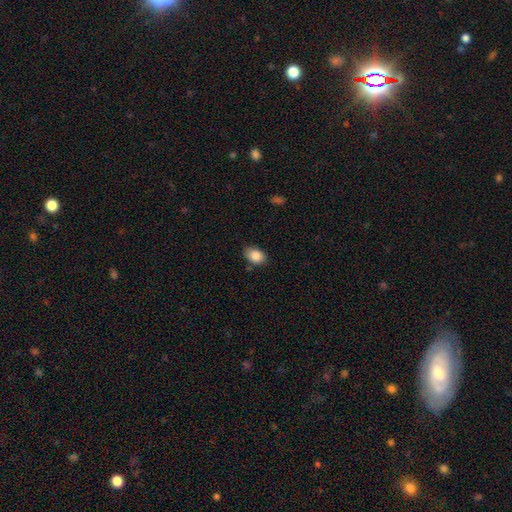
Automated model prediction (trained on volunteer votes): Q: Smooth or featured?
A: smooth (86%); runner-up: star or artifact (8%)
Q: How rounded?
A: in between (83%); runner-up: round (16%)
Q: Merging?
A: none (80%); runner-up: minor disturbance (15%)